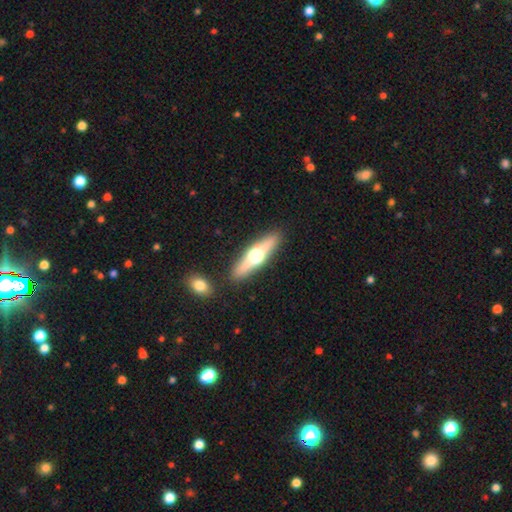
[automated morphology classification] Smooth or featured: featured or disk — 60% (smooth — 34%)
Edge-on disk: yes — 92% (no — 8%)
Edge-on bulge: rounded — 95% (boxy — 3%)
Merging: none — 86% (minor disturbance — 8%)